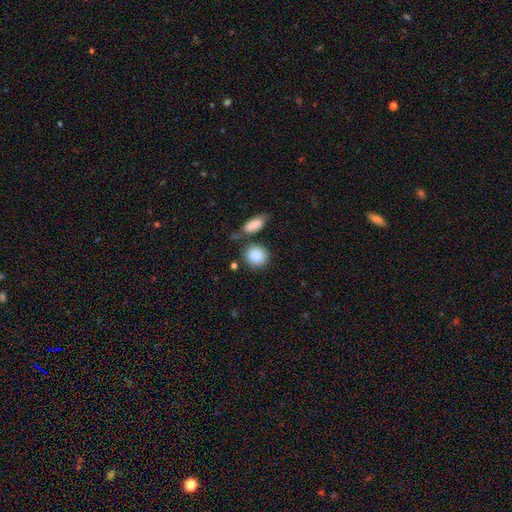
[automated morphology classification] smooth-or-featured: smooth: 84% | featured or disk: 9% | star or artifact: 7%
  how-rounded: round: 83% | in between: 16% | cigar-shaped: 1%
  merging: none: 73% | merger: 12% | minor disturbance: 11% | major disturbance: 4%